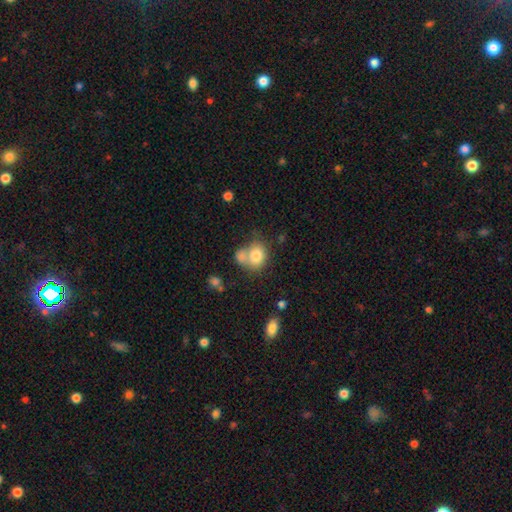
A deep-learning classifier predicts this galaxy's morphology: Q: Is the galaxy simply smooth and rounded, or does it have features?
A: smooth — 78%.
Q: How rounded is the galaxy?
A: round — 60%.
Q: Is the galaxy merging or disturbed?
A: merger — 47%.